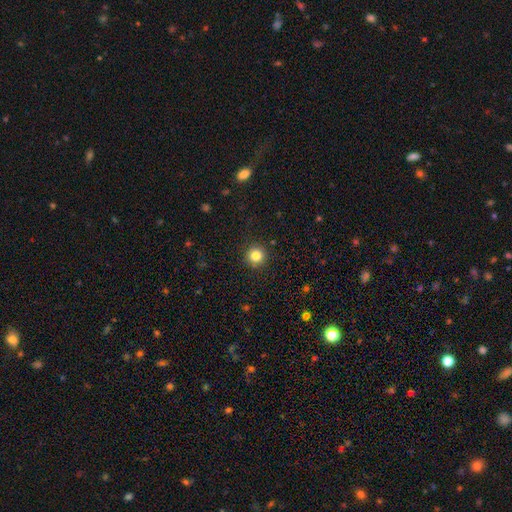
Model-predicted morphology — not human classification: A smooth galaxy with no disk features (83%) that is round (95%).

Vote fractions:
- Smooth or featured? smooth: 83% / star or artifact: 11% / featured or disk: 5%
- How rounded? round: 95% / in between: 4% / cigar-shaped: 1%
- Merging? none: 92% / minor disturbance: 6% / major disturbance: 2% / merger: 1%